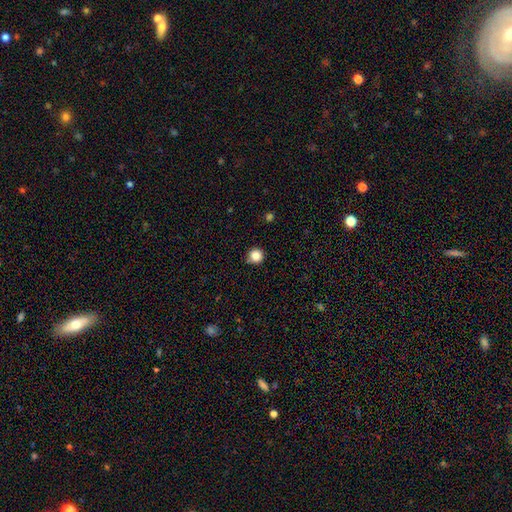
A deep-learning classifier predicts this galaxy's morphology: The model was most divided on "smooth or featured": smooth: 83%, star or artifact: 11%, featured or disk: 5%. More confident: how rounded — round (95%); merging — none (88%).